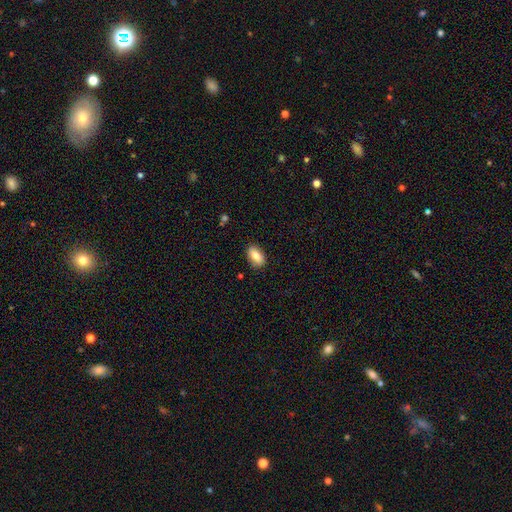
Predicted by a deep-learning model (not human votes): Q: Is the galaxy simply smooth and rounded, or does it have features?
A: smooth — 79%.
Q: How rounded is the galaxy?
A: in between — 89%.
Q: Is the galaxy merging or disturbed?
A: none — 85%.